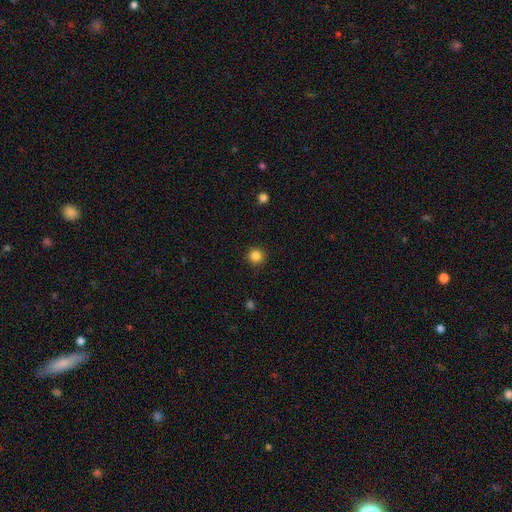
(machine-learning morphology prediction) Smooth or featured? Predicted: smooth (p=0.85). How rounded? Predicted: round (p=0.95). Merging? Predicted: none (p=0.91).